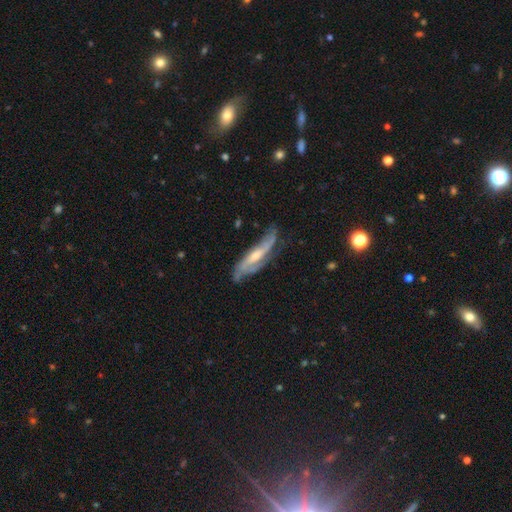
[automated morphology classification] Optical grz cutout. It shows a featured or disk galaxy (80%) with no bar (42%), 2 (55%) medium (44%) spiral arms (93%) and a moderate central bulge (49%). Merging: none (63%).